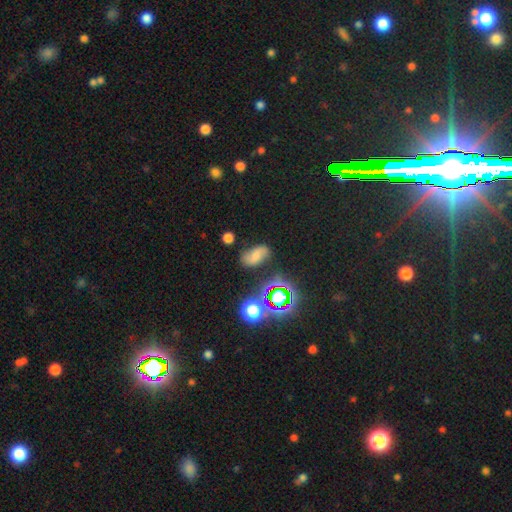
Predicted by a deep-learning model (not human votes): Smooth or featured? smooth (50%)
Merging? none (65%)